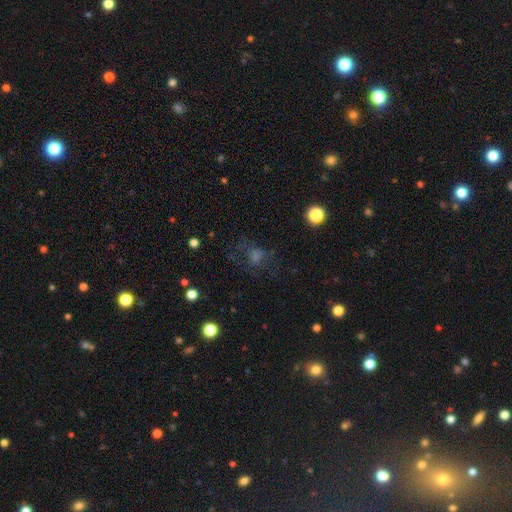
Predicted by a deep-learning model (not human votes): This is marginally a smooth galaxy (41%). Merging: possibly none (57%).